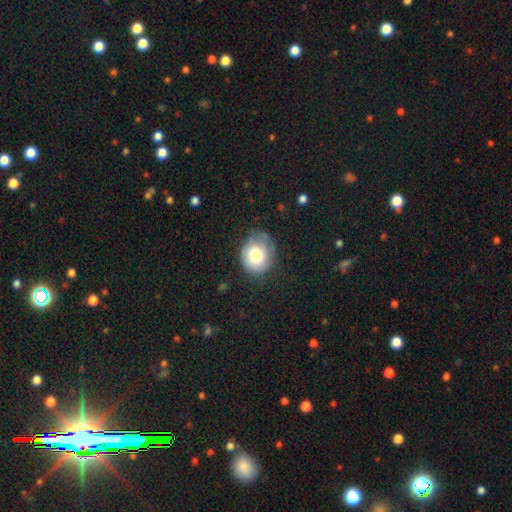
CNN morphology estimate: Overall: smooth (80%). How rounded: round (76%). Merging: none (58%; minor disturbance 28%).